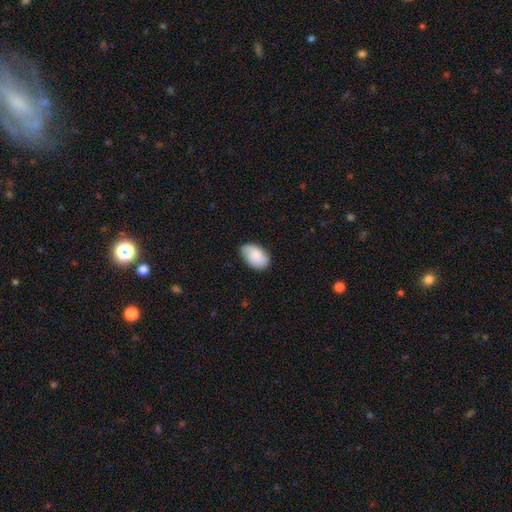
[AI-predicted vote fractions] The model was most divided on "merging": none: 75%, minor disturbance: 21%, major disturbance: 3%, merger: 1%. More confident: how rounded — in between (93%); smooth or featured — smooth (81%).